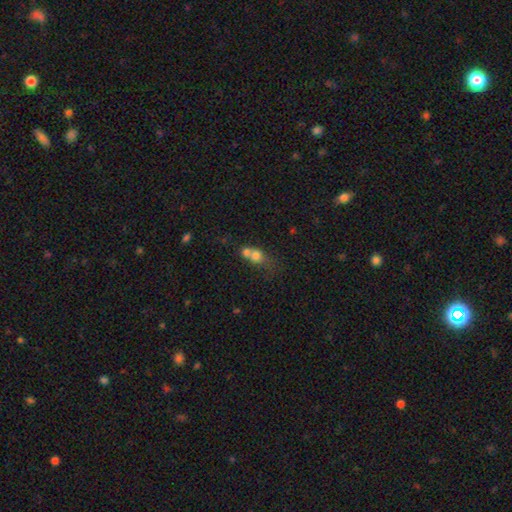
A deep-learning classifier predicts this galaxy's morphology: type=smooth (71%); roundness=round (67%); merging=merger (65%).